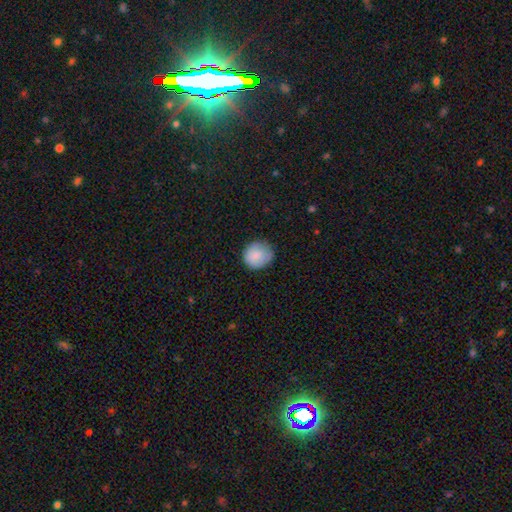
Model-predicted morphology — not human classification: smooth 84%, featured or disk 9%, star or artifact 7%. Down the decision tree: how rounded — round (84%); merging — none (73%).